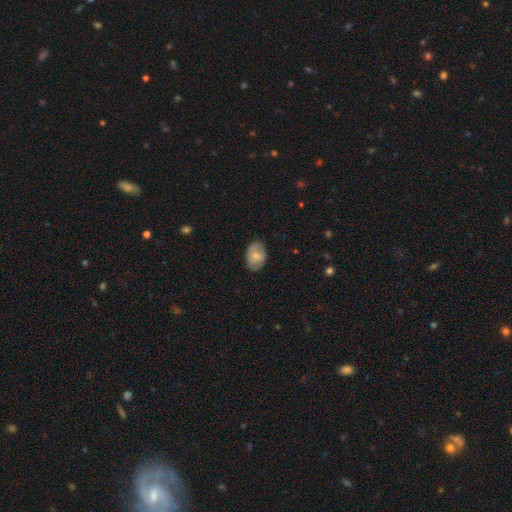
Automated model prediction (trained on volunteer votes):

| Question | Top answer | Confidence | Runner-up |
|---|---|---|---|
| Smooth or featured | smooth | 72% | featured or disk (21%) |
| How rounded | in between | 82% | round (17%) |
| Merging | none | 79% | minor disturbance (17%) |